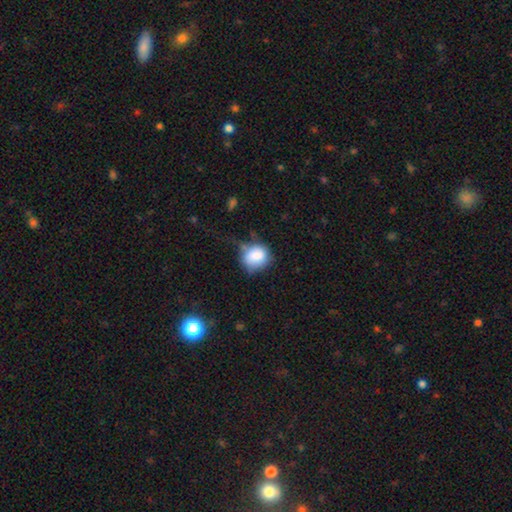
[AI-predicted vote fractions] Q: Smooth or featured?
A: smooth (83%); runner-up: featured or disk (9%)
Q: How rounded?
A: round (74%); runner-up: in between (25%)
Q: Merging?
A: none (47%); runner-up: minor disturbance (32%)